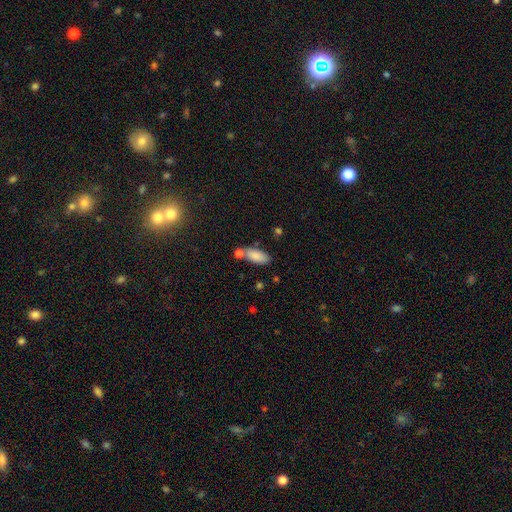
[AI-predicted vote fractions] smooth 85%, star or artifact 8%, featured or disk 7%. Down the decision tree: how rounded — in between (83%); merging — none (60%).